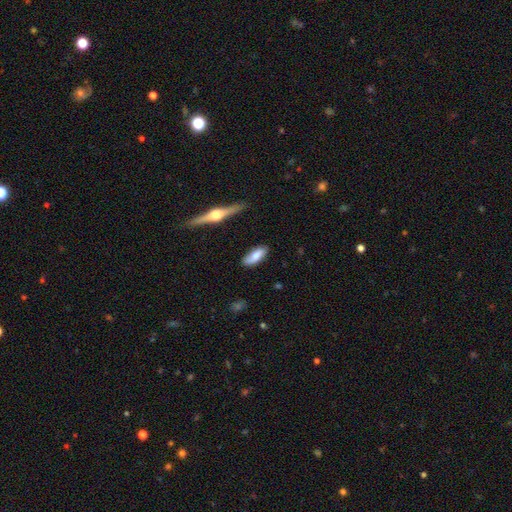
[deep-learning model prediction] This appears to be a smooth galaxy with no disk features (67%) that is in between round and cigar-shaped (74%). Merging: none (81%).